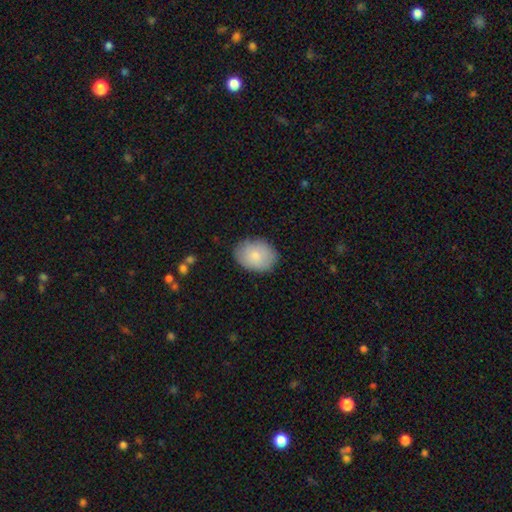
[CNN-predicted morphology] Smooth or featured? Predicted: smooth (p=0.83). How rounded? Predicted: in between (p=0.72). Merging? Predicted: none (p=0.82).